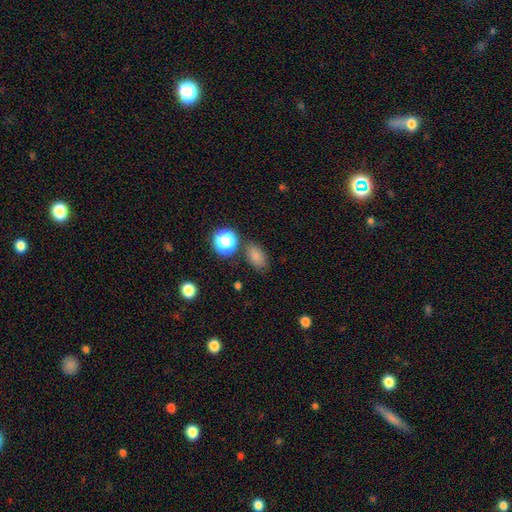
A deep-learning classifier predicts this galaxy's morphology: Smooth or featured?
  - smooth: 78% *
  - star or artifact: 15%
  - featured or disk: 6%
How rounded?
  - in between: 82% *
  - round: 17%
  - cigar-shaped: 2%
Merging?
  - none: 76% *
  - minor disturbance: 14%
  - merger: 6%
  - major disturbance: 4%